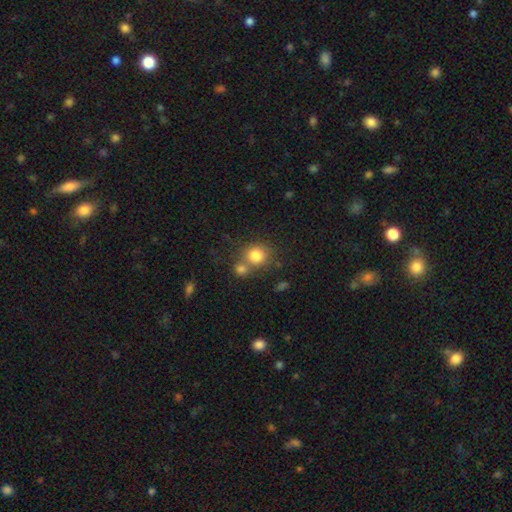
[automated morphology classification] smooth_or_featured: smooth (p=0.81) [alt: star or artifact p=0.11]
how_rounded: round (p=0.84) [alt: in between p=0.15]
merging: none (p=0.54) [alt: merger p=0.33]